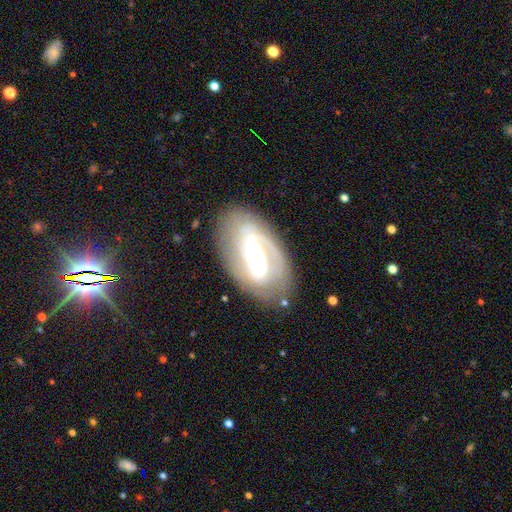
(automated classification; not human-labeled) Smooth or featured?
  - featured or disk: 86% *
  - smooth: 9%
  - star or artifact: 5%
Edge-on disk?
  - no: 96% *
  - yes: 4%
Bar?
  - weak: 40% *
  - strong: 39%
  - no: 21%
Spiral arms?
  - yes: 95% *
  - no: 5%
Spiral winding?
  - medium: 42% *
  - tight: 41%
  - loose: 17%
Spiral arm count?
  - 2: 66% *
  - can't tell: 13%
  - 3: 9%
  - 1: 7%
  - 4: 2%
  - more than 4: 2%
Bulge size?
  - moderate: 45% *
  - small: 40%
  - large: 10%
  - none: 3%
  - dominant: 2%
Merging?
  - none: 76% *
  - minor disturbance: 15%
  - major disturbance: 7%
  - merger: 2%